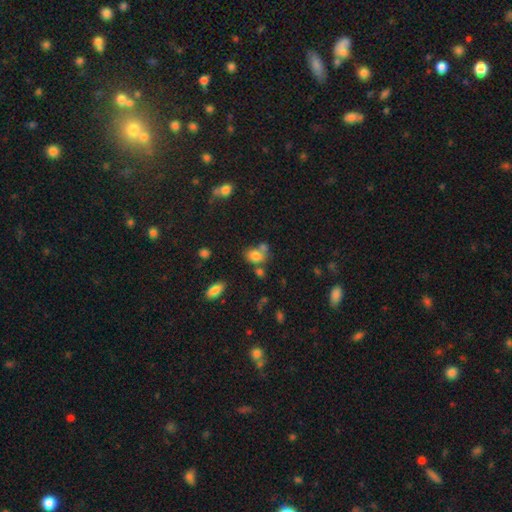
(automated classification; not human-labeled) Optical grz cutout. It shows a smooth galaxy with no disk features (77%) that is in between round and cigar-shaped (61%). Merging: none (43%).